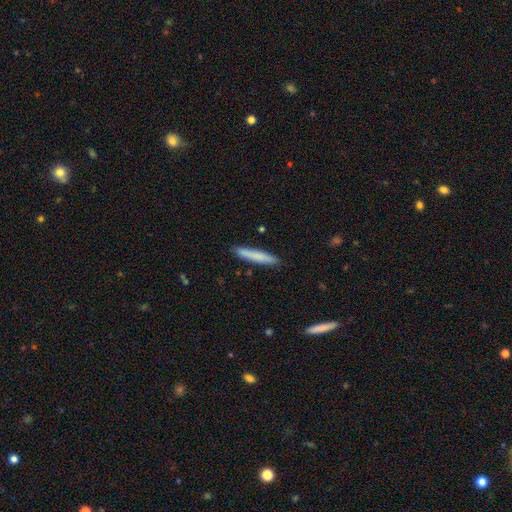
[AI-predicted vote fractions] This is likely a smooth galaxy (79%). How rounded: clearly cigar-shaped (94%). Merging: clearly none (89%).